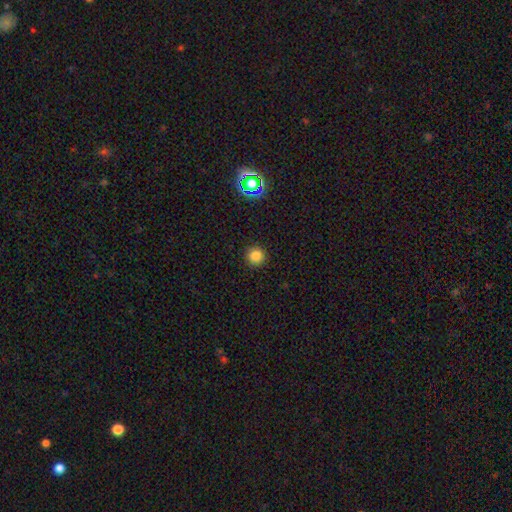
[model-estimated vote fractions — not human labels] Overall: smooth (82%). How rounded: round (94%). Merging: none (91%).